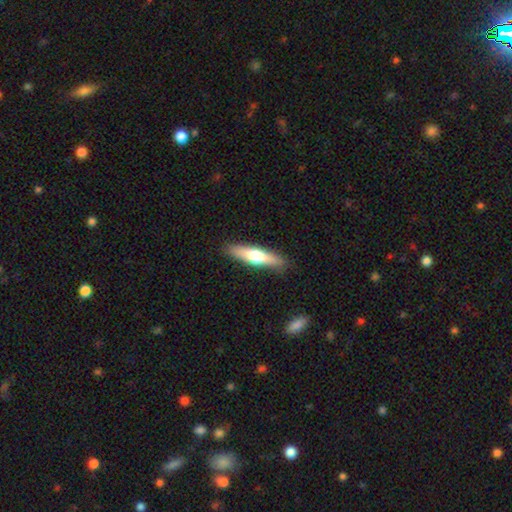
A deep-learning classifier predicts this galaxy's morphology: Smooth or featured: smooth — 52% (featured or disk — 43%)
How rounded: cigar-shaped — 76% (in between — 22%)
Merging: none — 88% (minor disturbance — 9%)